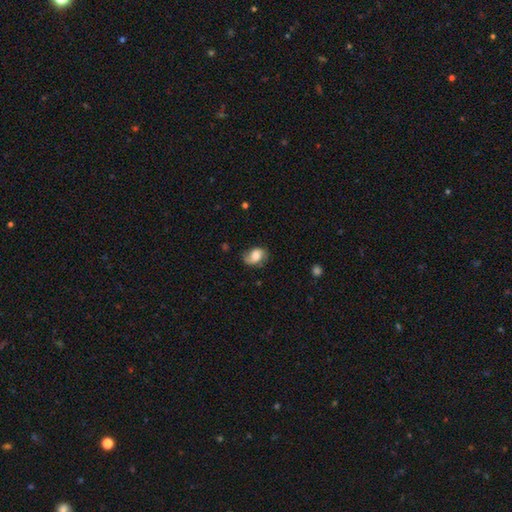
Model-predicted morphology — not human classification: Smooth or featured?
  - featured or disk: 46% *
  - smooth: 45%
  - star or artifact: 9%
Merging?
  - none: 62% *
  - minor disturbance: 26%
  - major disturbance: 11%
  - merger: 2%